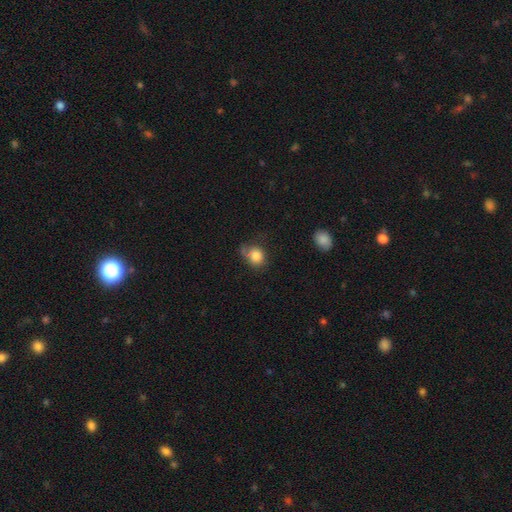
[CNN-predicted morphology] type=smooth (83%); roundness=round (71%); merging=none (54%).